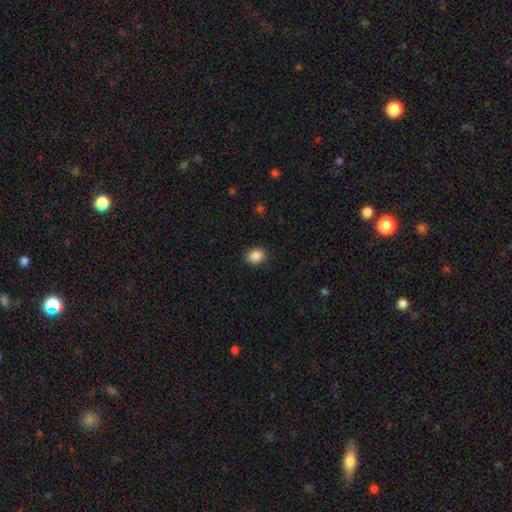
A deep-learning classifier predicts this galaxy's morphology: This is clearly a smooth galaxy (88%). How rounded: likely round (61%). Merging: clearly none (87%).